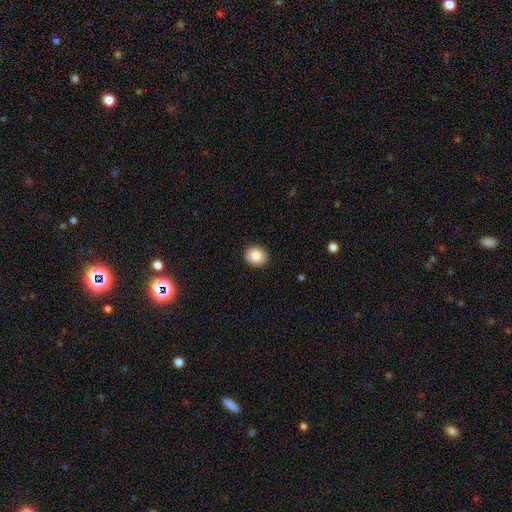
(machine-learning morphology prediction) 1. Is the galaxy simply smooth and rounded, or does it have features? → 84% smooth, 8% star or artifact, 8% featured or disk.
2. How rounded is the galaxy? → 72% round, 27% in between, 1% cigar-shaped.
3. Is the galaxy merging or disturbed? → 90% none, 7% minor disturbance, 2% major disturbance, 1% merger.